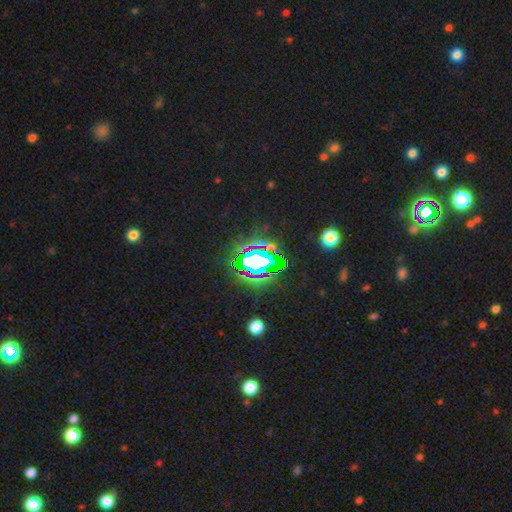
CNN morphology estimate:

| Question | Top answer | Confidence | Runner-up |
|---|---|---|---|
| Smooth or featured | star or artifact | 81% | smooth (11%) |